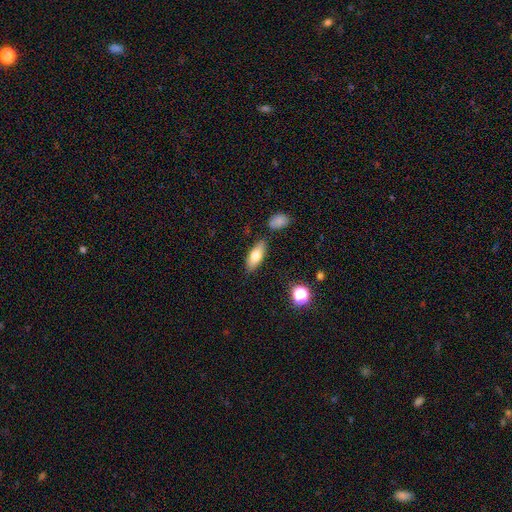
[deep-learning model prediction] smooth 71%, featured or disk 21%, star or artifact 8%. Down the decision tree: how rounded — in between (75%); merging — none (83%).